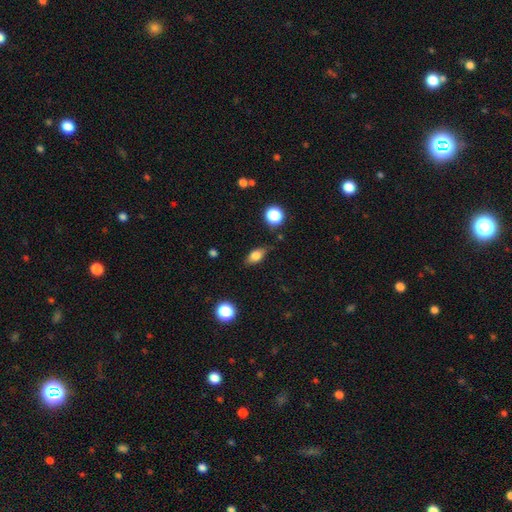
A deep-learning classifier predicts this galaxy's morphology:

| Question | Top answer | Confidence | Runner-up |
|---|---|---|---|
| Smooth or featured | smooth | 76% | featured or disk (15%) |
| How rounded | in between | 81% | round (12%) |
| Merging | none | 78% | minor disturbance (16%) |